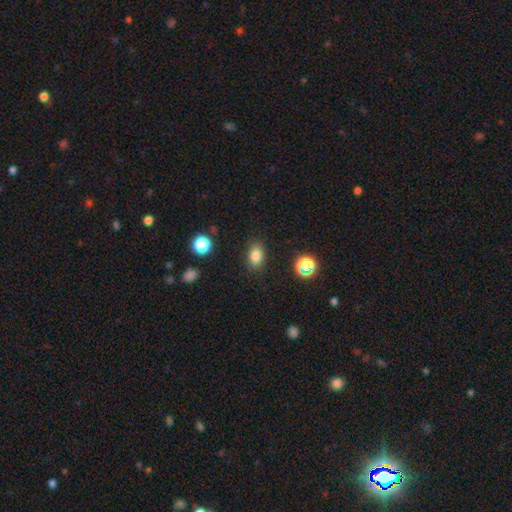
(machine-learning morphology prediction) Smooth or featured? smooth (80%)
How rounded? in between (76%)
Merging? none (85%)